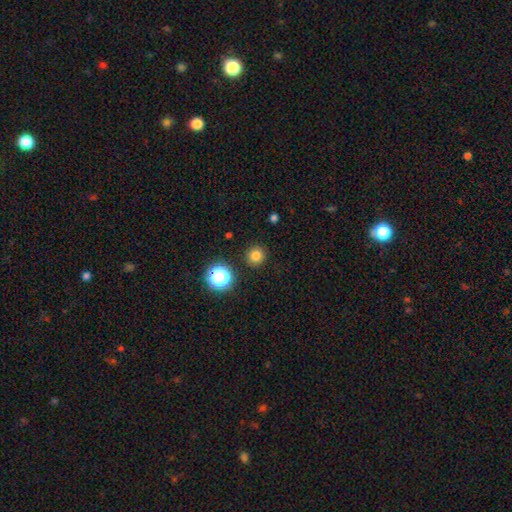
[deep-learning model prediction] Morphology: type=smooth (79%); roundness=round (94%); merging=none (91%).